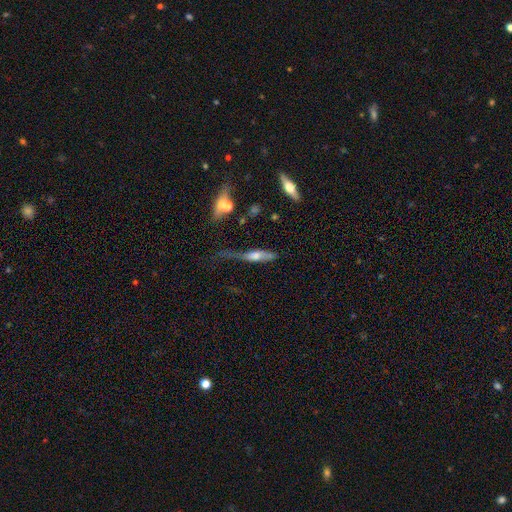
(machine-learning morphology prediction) Smooth or featured? Predicted: smooth (p=0.46, tied with featured or disk). Merging? Predicted: major disturbance (p=0.36).